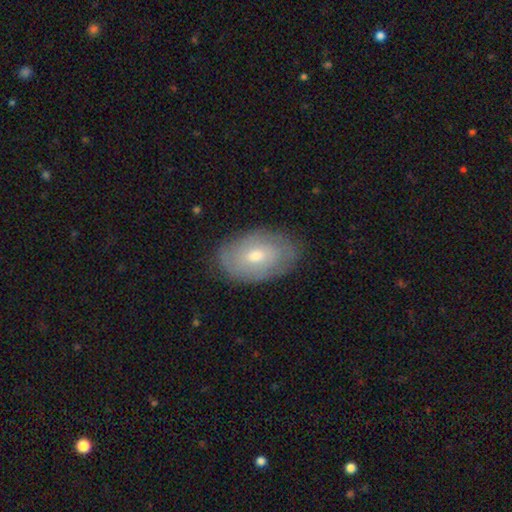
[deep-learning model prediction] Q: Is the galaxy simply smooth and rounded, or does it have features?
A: featured or disk — 50%.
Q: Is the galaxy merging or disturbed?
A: none — 80%.